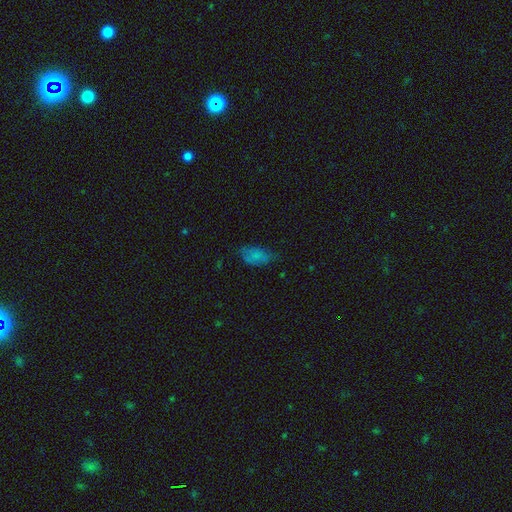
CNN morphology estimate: A smooth galaxy with no disk features (74%) that is in between round and cigar-shaped (92%). Merging: none (54%).